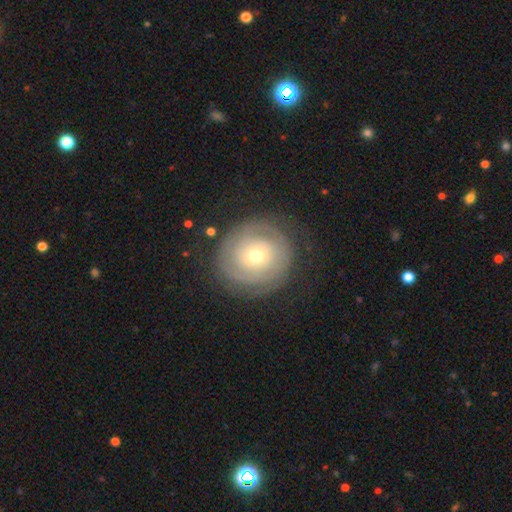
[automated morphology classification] Overall: featured or disk (62%; smooth 30%). Edge-on disk: no (97%). Bar: no (85%). Spiral arms: yes (68%; no 32%). Bulge size: small (53%; moderate 41%). Merging: none (77%).